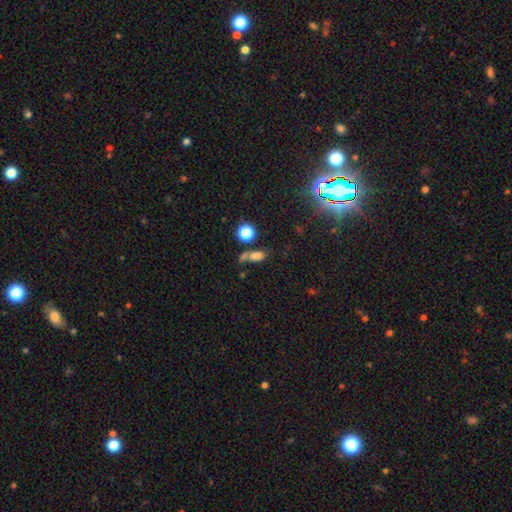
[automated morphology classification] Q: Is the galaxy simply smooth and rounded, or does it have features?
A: smooth — 70%.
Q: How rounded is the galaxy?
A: in between — 72%.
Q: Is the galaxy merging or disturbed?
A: none — 43%.